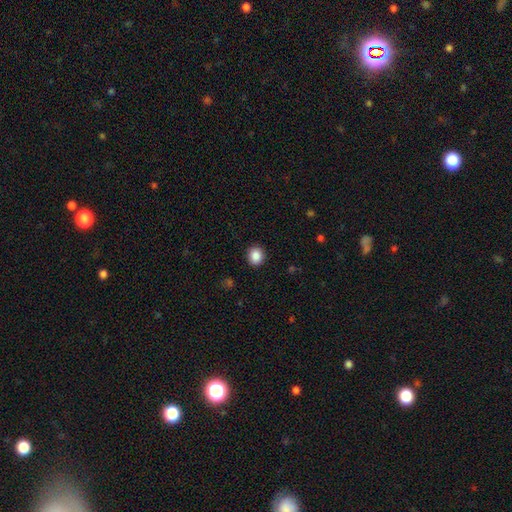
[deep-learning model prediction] Morphology: type=smooth (87%); roundness=round (77%); merging=none (91%).